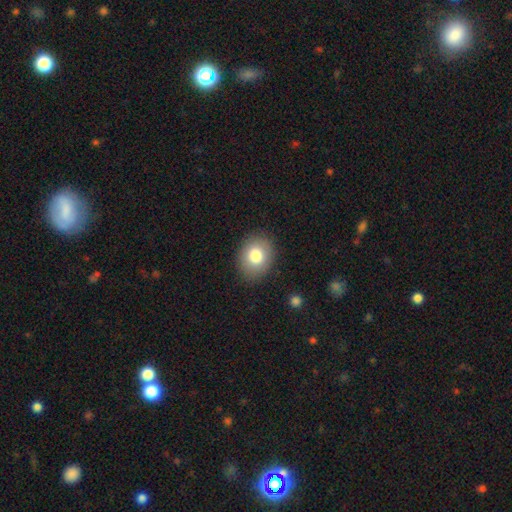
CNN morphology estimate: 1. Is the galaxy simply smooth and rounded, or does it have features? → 80% smooth, 11% featured or disk, 9% star or artifact.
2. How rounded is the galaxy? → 57% in between, 43% round, 1% cigar-shaped.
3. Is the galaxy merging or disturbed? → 86% none, 9% minor disturbance, 3% major disturbance, 1% merger.